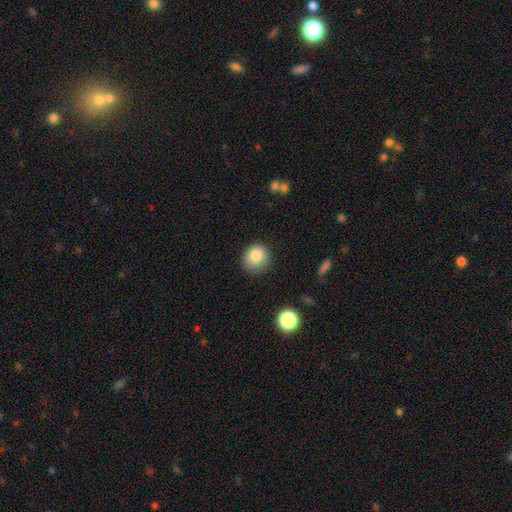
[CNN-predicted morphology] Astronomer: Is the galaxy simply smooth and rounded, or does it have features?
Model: smooth — 85%.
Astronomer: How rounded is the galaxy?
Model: round — 86%.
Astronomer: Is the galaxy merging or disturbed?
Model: none — 85%.